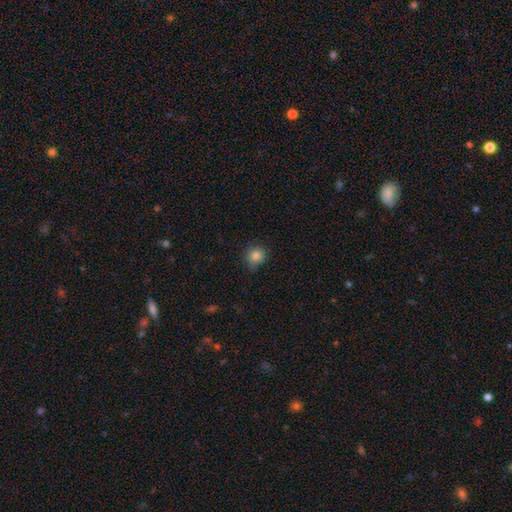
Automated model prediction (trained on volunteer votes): Smooth or featured?
  - smooth: 84% *
  - star or artifact: 11%
  - featured or disk: 5%
How rounded?
  - round: 88% *
  - in between: 12%
  - cigar-shaped: 1%
Merging?
  - none: 80% *
  - minor disturbance: 16%
  - major disturbance: 3%
  - merger: 1%